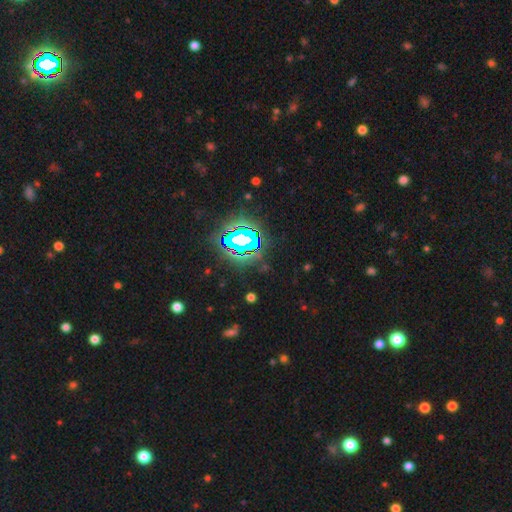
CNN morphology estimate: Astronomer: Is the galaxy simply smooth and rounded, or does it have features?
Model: star or artifact — 79%.